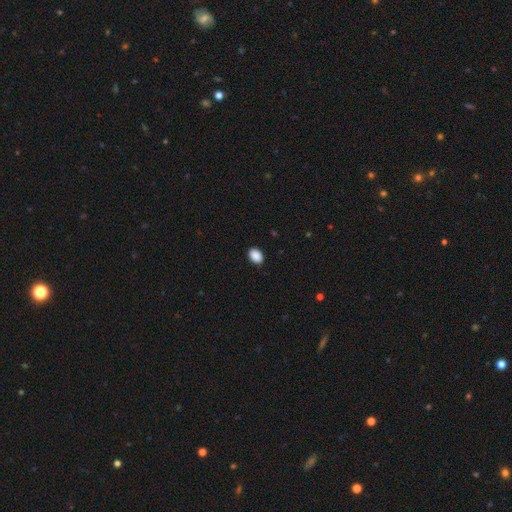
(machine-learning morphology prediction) Overall: smooth (90%). How rounded: in between (77%). Merging: none (90%).